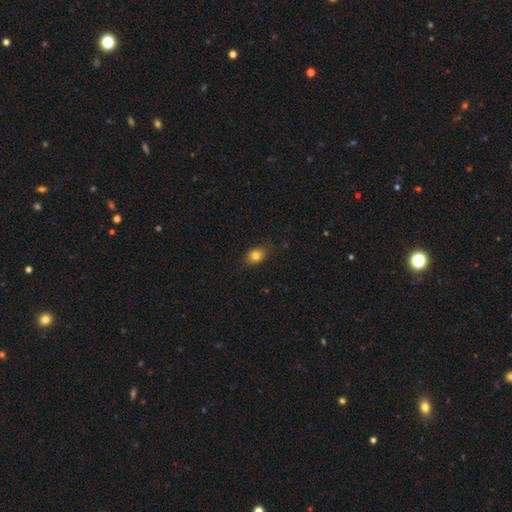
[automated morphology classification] A smooth galaxy with no disk features (82%) that is in between round and cigar-shaped (62%).

Vote fractions:
- Smooth or featured? smooth: 82% / star or artifact: 10% / featured or disk: 8%
- How rounded? in between: 62% / round: 36% / cigar-shaped: 2%
- Merging? none: 81% / minor disturbance: 15% / major disturbance: 3% / merger: 1%